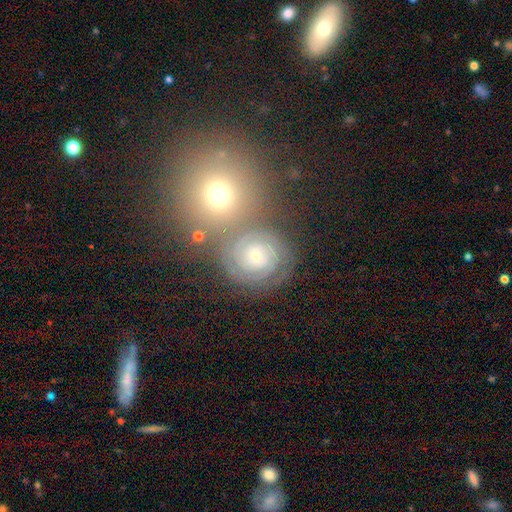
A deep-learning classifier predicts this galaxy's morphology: A featured or disk galaxy (81%) with no bar (73%), 2 (54%) tight (82%) spiral arms (97%) and a small central bulge (74%).

Vote fractions:
- Smooth or featured? featured or disk: 81% / smooth: 11% / star or artifact: 9%
- Edge-on disk? no: 98% / yes: 2%
- Bar? no: 73% / weak: 21% / strong: 6%
- Spiral arms? yes: 97% / no: 3%
- Spiral winding? tight: 82% / medium: 15% / loose: 3%
- Spiral arm count? 2: 54% / 3: 17% / can't tell: 16% / 4: 5% / 1: 4% / more than 4: 4%
- Bulge size? small: 74% / moderate: 22% / large: 2% / none: 2% / dominant: 1%
- Merging? none: 68% / merger: 15% / minor disturbance: 12% / major disturbance: 5%